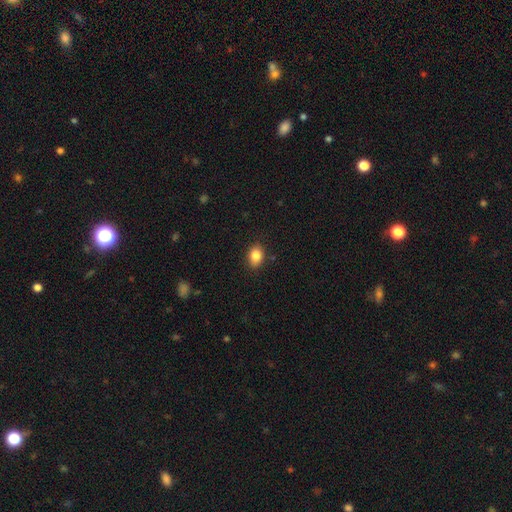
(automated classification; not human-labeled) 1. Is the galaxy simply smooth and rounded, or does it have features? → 85% smooth, 9% star or artifact, 6% featured or disk.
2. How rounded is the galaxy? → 72% in between, 27% round, 1% cigar-shaped.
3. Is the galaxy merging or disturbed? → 86% none, 10% minor disturbance, 2% major disturbance, 1% merger.